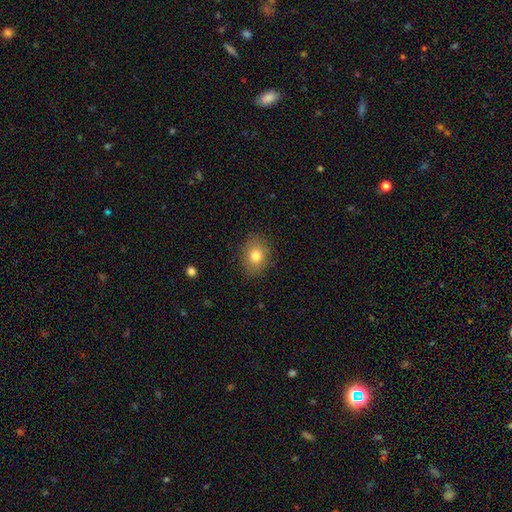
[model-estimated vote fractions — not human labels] smooth_or_featured: smooth (p=0.80) [alt: star or artifact p=0.10]
how_rounded: in between (p=0.58) [alt: round p=0.41]
merging: none (p=0.85) [alt: minor disturbance p=0.11]